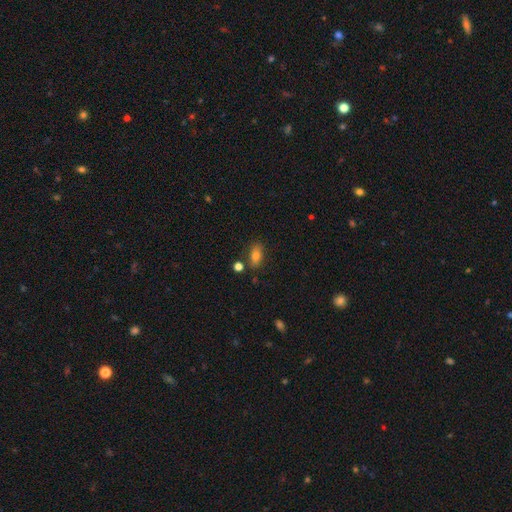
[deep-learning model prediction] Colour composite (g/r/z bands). It shows a smooth galaxy with no disk features (77%) that is in between round and cigar-shaped (83%). Merging: none (78%).